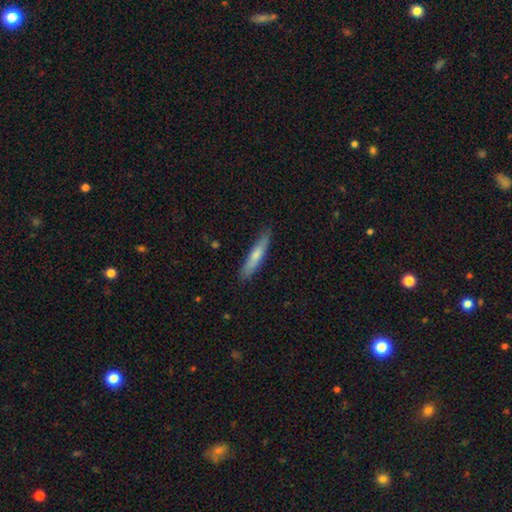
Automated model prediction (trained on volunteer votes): A smooth galaxy with no disk features (67%) that is cigar-shaped (89%).

Vote fractions:
- Smooth or featured? smooth: 67% / featured or disk: 27% / star or artifact: 5%
- How rounded? cigar-shaped: 89% / in between: 9% / round: 1%
- Merging? none: 87% / minor disturbance: 10% / major disturbance: 2% / merger: 1%